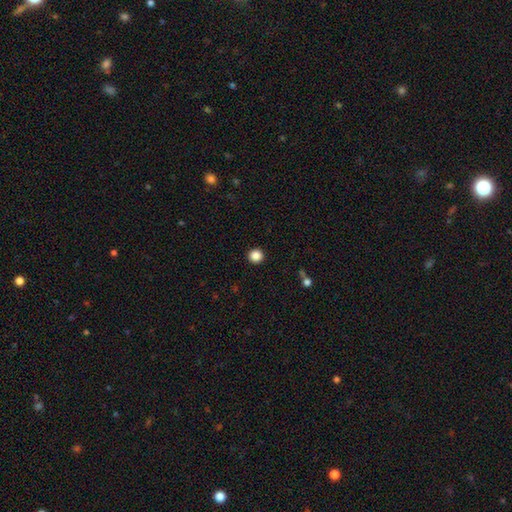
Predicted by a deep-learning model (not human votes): Overall: smooth (86%). How rounded: round (95%). Merging: none (93%).